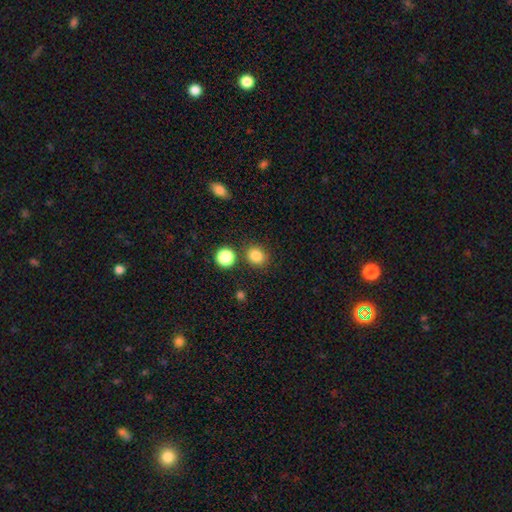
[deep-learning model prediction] A smooth galaxy with no disk features (83%) that is round (77%).

Vote fractions:
- Smooth or featured? smooth: 83% / star or artifact: 12% / featured or disk: 5%
- How rounded? round: 77% / in between: 22% / cigar-shaped: 1%
- Merging? none: 82% / minor disturbance: 9% / merger: 7% / major disturbance: 3%